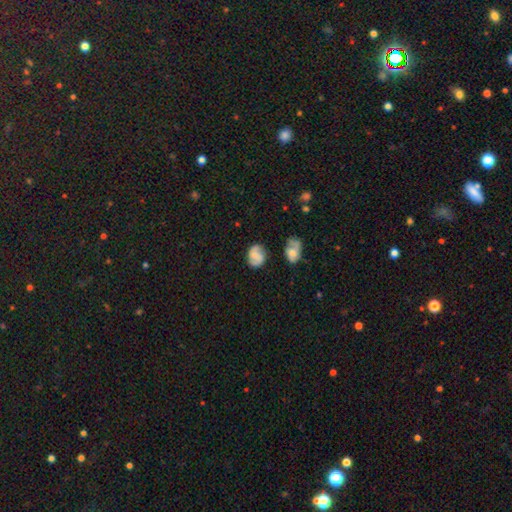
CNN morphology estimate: Smooth or featured?
  - featured or disk: 47% *
  - smooth: 44%
  - star or artifact: 9%
Merging?
  - none: 71% *
  - minor disturbance: 18%
  - major disturbance: 5%
  - merger: 5%